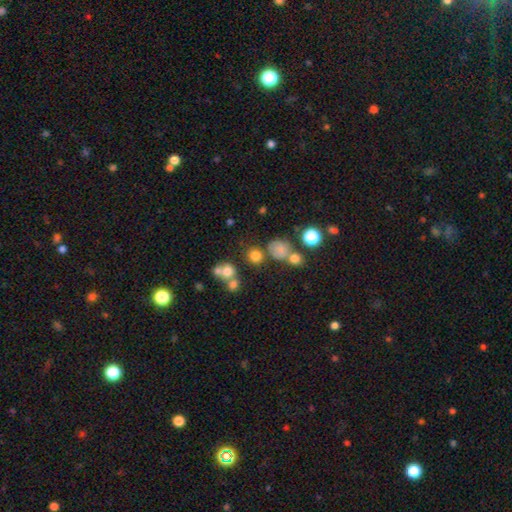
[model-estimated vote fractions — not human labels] This is likely a smooth galaxy (74%). How rounded: clearly round (83%). Merging: likely none (63%).